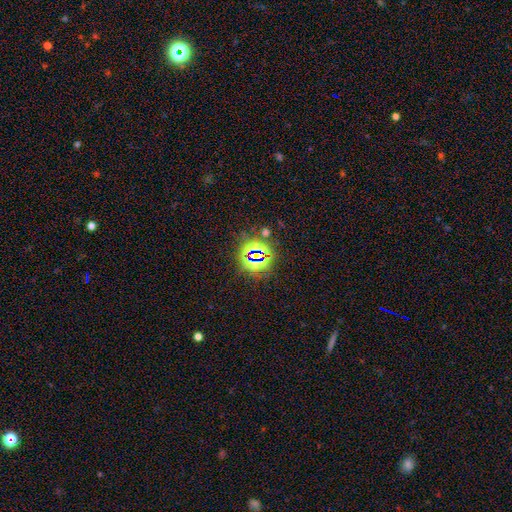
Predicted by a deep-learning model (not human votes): The model was most divided on "smooth or featured": star or artifact: 76%, smooth: 15%, featured or disk: 9%.